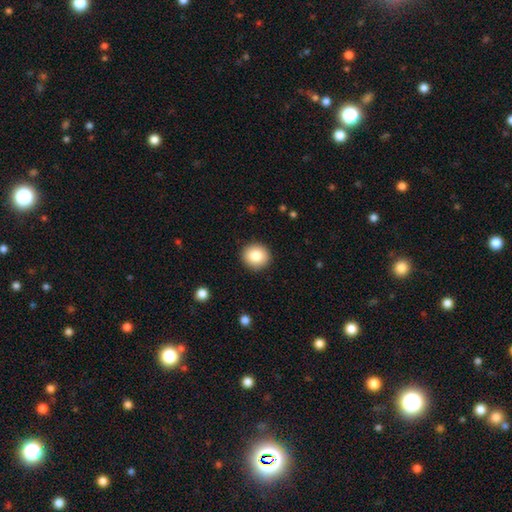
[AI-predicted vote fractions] This appears to be a smooth galaxy with no disk features (84%) that is round (90%). Merging: none (92%).